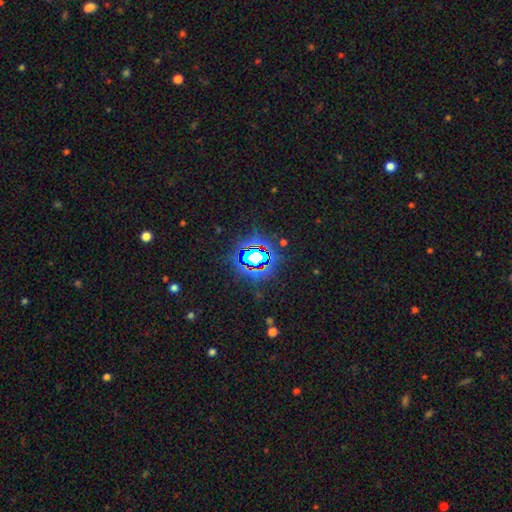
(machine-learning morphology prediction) Q: Smooth or featured?
A: star or artifact (76%); runner-up: smooth (14%)